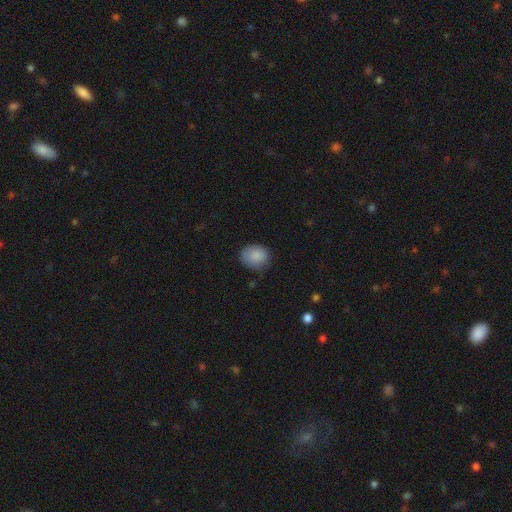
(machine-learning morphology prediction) smooth-or-featured: smooth: 87% | star or artifact: 8% | featured or disk: 5%
  how-rounded: round: 63% | in between: 36% | cigar-shaped: 1%
  merging: none: 75% | minor disturbance: 20% | major disturbance: 4% | merger: 1%